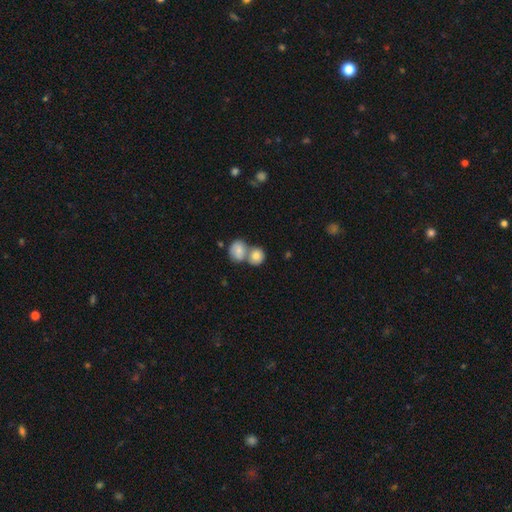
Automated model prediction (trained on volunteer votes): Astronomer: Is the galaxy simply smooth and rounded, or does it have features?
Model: smooth — 81%.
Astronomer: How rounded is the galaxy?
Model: round — 73%.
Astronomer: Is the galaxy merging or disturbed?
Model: merger — 58%.